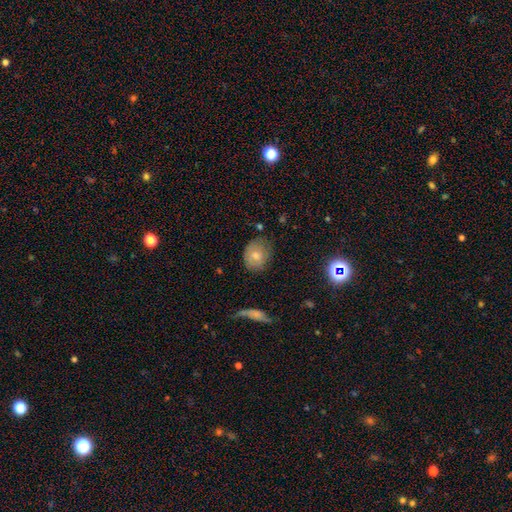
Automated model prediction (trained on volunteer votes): The model was most divided on "how rounded": round: 54%, in between: 45%, cigar-shaped: 1%. More confident: smooth or featured — smooth (70%); merging — none (65%).